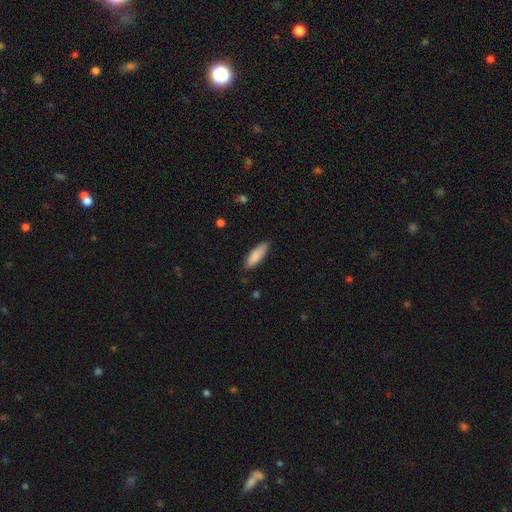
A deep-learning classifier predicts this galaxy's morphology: A smooth galaxy with no disk features (86%) that is in between round and cigar-shaped (52%).

Vote fractions:
- Smooth or featured? smooth: 86% / featured or disk: 8% / star or artifact: 6%
- How rounded? in between: 52% / cigar-shaped: 46% / round: 1%
- Merging? none: 84% / minor disturbance: 13% / major disturbance: 2% / merger: 1%